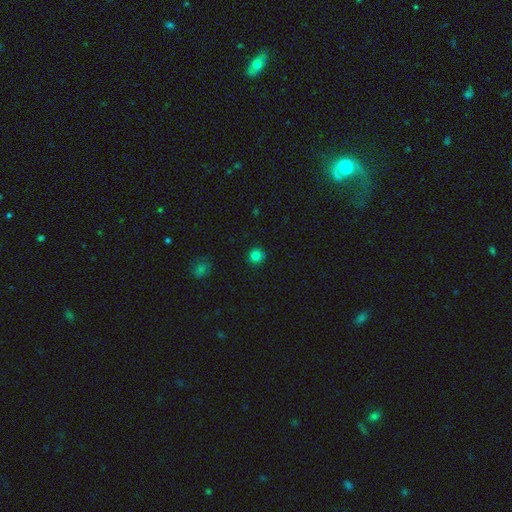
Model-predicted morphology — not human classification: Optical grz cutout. It shows a smooth galaxy with no disk features (82%) that is round (94%). Merging: none (89%).